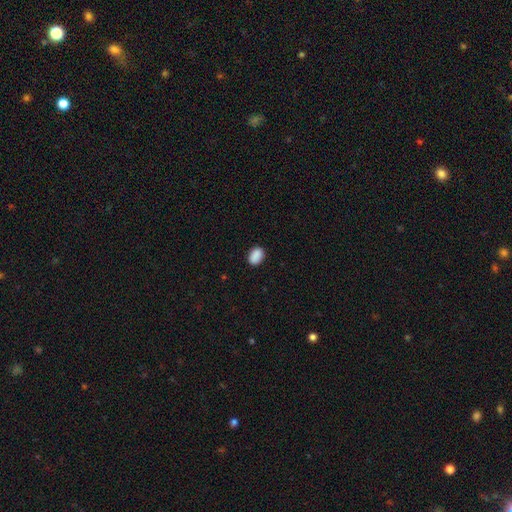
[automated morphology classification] smooth_or_featured: smooth (p=0.89) [alt: star or artifact p=0.08]
how_rounded: in between (p=0.76) [alt: round p=0.22]
merging: none (p=0.88) [alt: minor disturbance p=0.09]